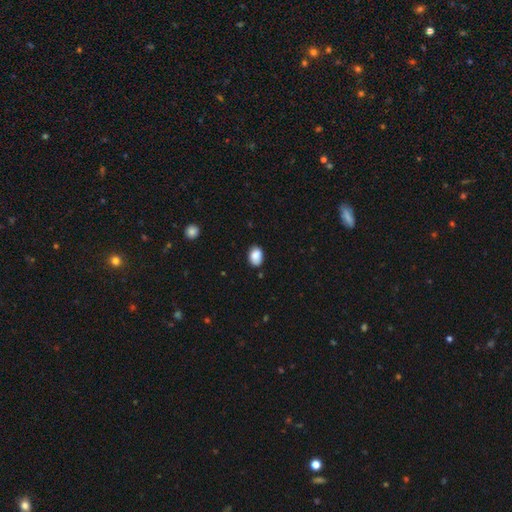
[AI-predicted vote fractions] A smooth galaxy with no disk features (87%) that is in between round and cigar-shaped (78%).

Vote fractions:
- Smooth or featured? smooth: 87% / star or artifact: 8% / featured or disk: 5%
- How rounded? in between: 78% / round: 21% / cigar-shaped: 1%
- Merging? none: 79% / minor disturbance: 16% / major disturbance: 3% / merger: 2%